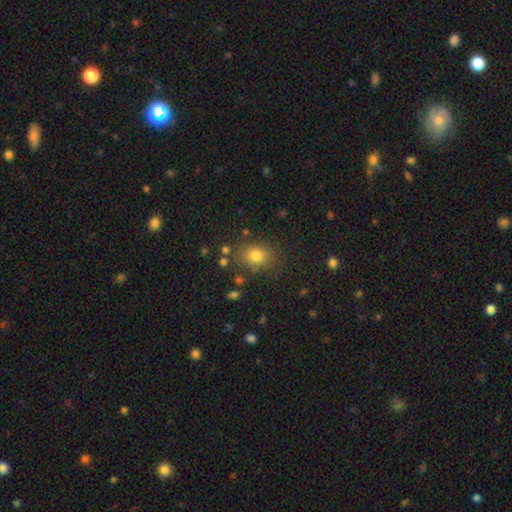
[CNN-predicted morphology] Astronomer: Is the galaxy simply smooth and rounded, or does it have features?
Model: smooth — 80%.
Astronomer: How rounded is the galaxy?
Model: round — 50% (runner-up: in between, 49%).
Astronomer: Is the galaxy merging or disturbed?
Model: none — 80%.